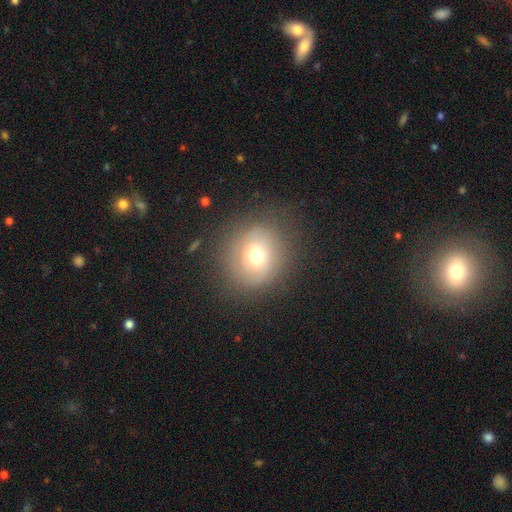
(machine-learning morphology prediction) Smooth or featured? smooth (57%)
How rounded? round (75%)
Merging? none (75%)